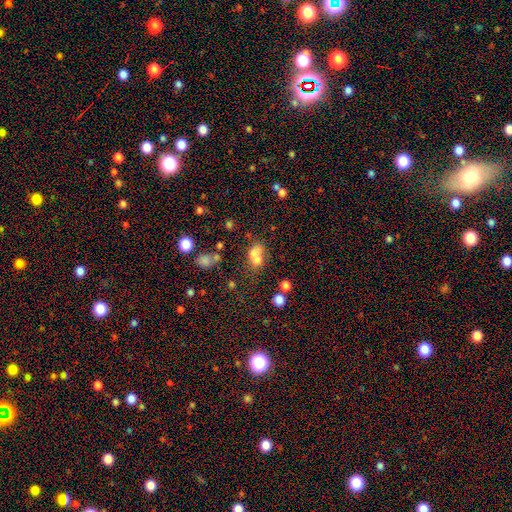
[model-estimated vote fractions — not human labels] smooth_or_featured: smooth (p=0.66) [alt: featured or disk p=0.17]
how_rounded: in between (p=0.59) [alt: round p=0.38]
merging: merger (p=0.56) [alt: none p=0.26]